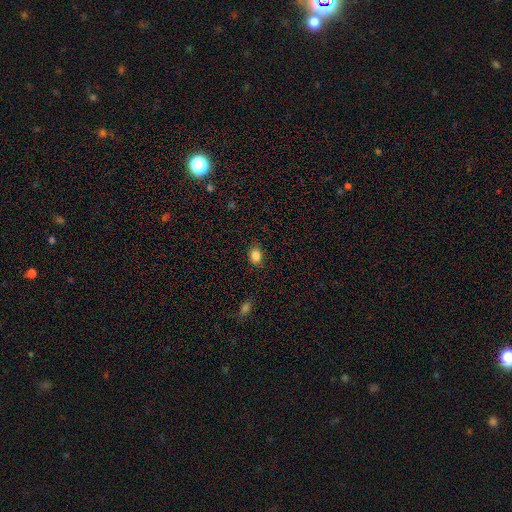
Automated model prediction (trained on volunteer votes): Smooth or featured?
  - smooth: 86% *
  - star or artifact: 10%
  - featured or disk: 4%
How rounded?
  - in between: 63% *
  - round: 36%
  - cigar-shaped: 1%
Merging?
  - none: 85% *
  - minor disturbance: 11%
  - major disturbance: 3%
  - merger: 1%